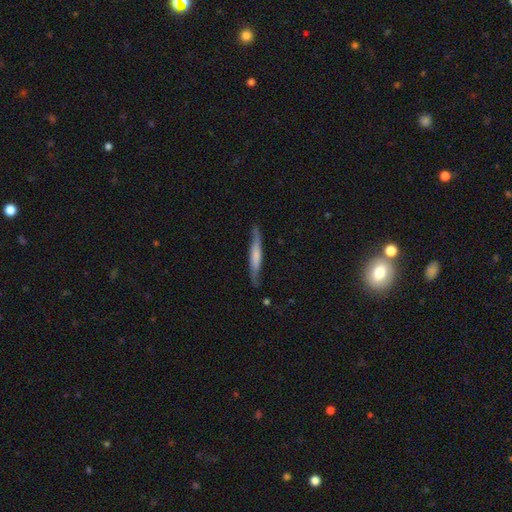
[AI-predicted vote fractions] Morphology: type=featured or disk (48%); merging=none (75%).